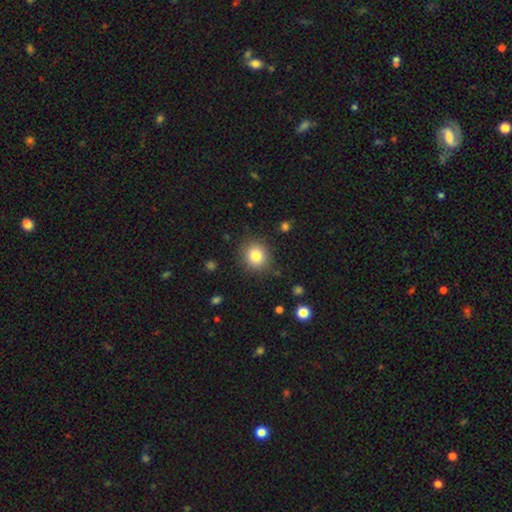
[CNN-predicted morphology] smooth-or-featured: smooth: 82% | star or artifact: 11% | featured or disk: 7%
  how-rounded: round: 86% | in between: 13% | cigar-shaped: 1%
  merging: none: 87% | minor disturbance: 9% | major disturbance: 3% | merger: 1%